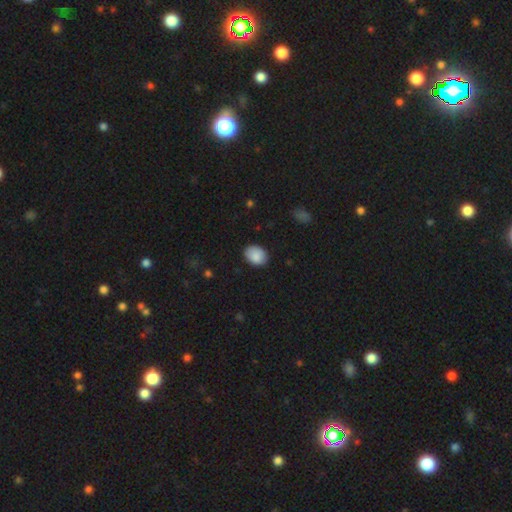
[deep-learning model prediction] smooth 88%, star or artifact 7%, featured or disk 5%. Down the decision tree: how rounded — in between (68%); merging — none (84%).